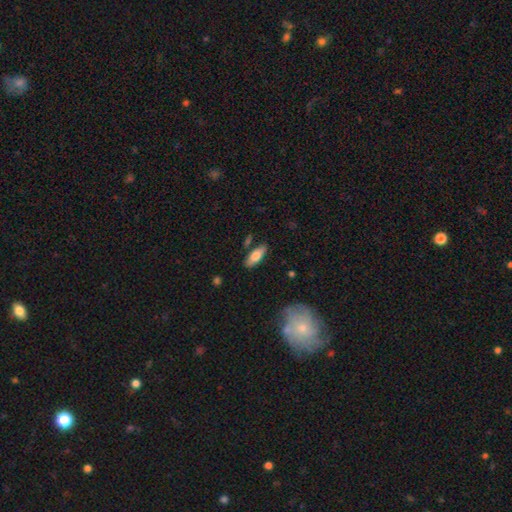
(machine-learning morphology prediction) smooth_or_featured: smooth (p=0.72) [alt: featured or disk p=0.22]
how_rounded: in between (p=0.74) [alt: cigar-shaped p=0.23]
merging: none (p=0.83) [alt: minor disturbance p=0.11]